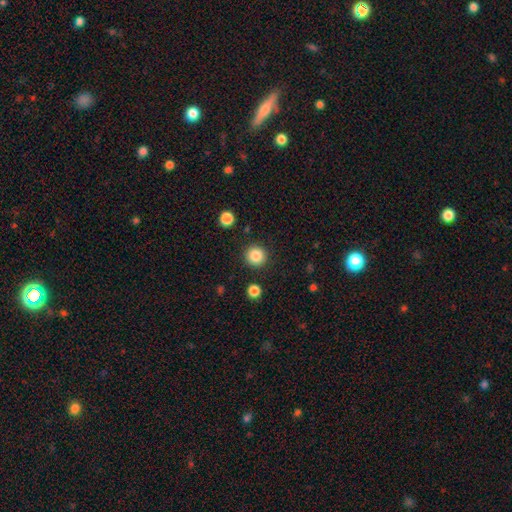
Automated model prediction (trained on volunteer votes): A smooth galaxy with no disk features (86%) that is round (95%). Merging: none (91%).